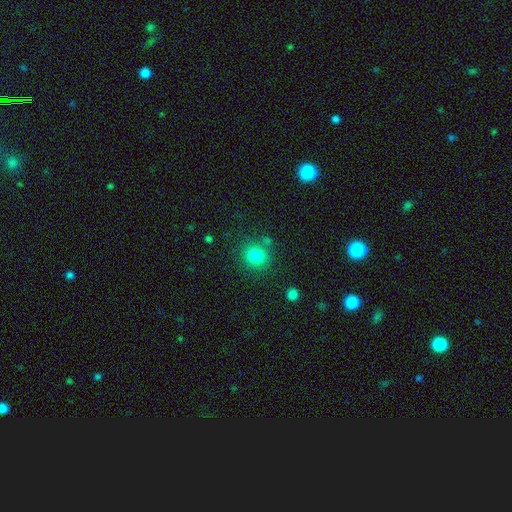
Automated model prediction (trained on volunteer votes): Morphology: type=smooth (83%); roundness=round (82%); merging=none (79%).